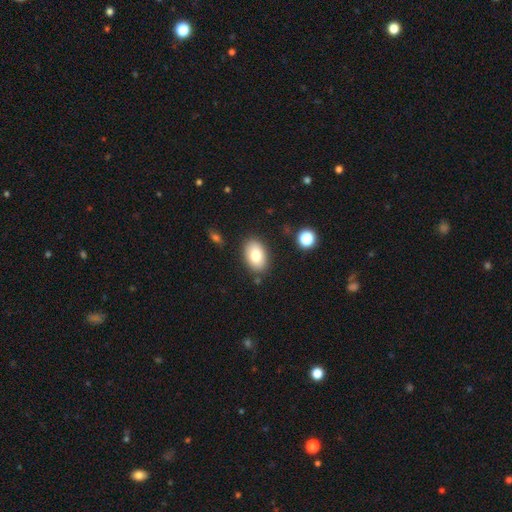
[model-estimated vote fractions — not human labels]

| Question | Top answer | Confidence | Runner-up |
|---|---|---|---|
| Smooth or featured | smooth | 77% | featured or disk (15%) |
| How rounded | in between | 87% | round (12%) |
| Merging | none | 85% | minor disturbance (10%) |